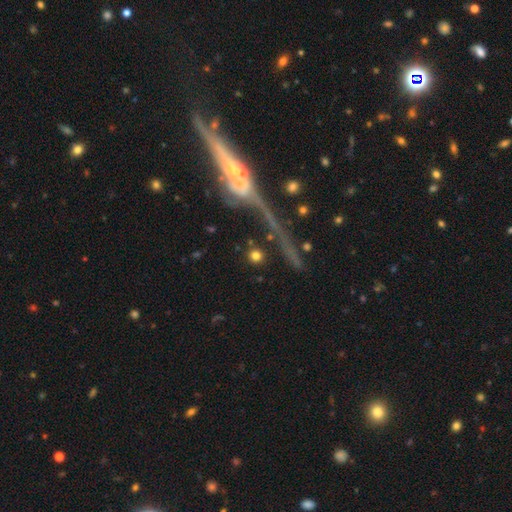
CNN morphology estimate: Smooth or featured? smooth (78%)
How rounded? round (94%)
Merging? none (84%)